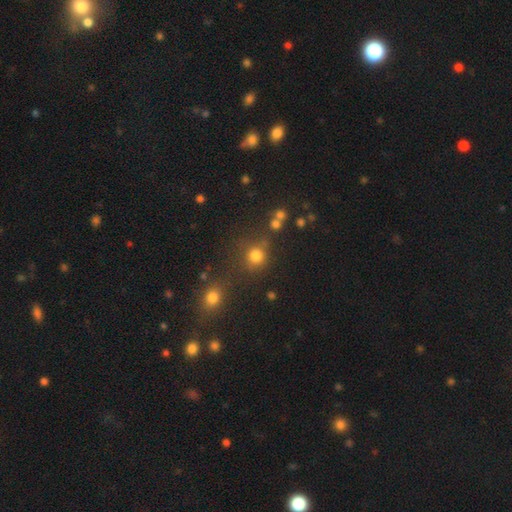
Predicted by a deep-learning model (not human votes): The model was most divided on "merging": none: 69%, merger: 14%, minor disturbance: 11%, major disturbance: 6%. More confident: how rounded — round (89%); smooth or featured — smooth (78%).